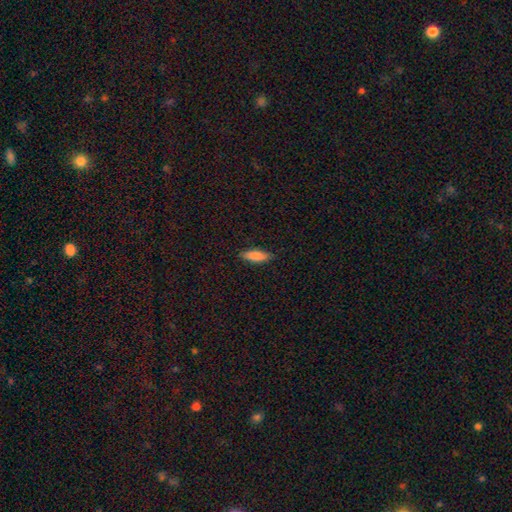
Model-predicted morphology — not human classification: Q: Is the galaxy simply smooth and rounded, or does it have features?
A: smooth — 86%.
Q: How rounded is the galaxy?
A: in between — 58%.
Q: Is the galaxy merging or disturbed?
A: none — 85%.